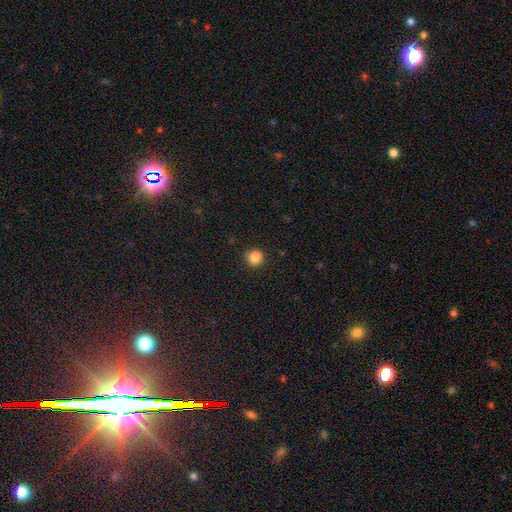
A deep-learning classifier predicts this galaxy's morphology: This appears to be a smooth galaxy with no disk features (85%) that is round (86%). Merging: none (84%).